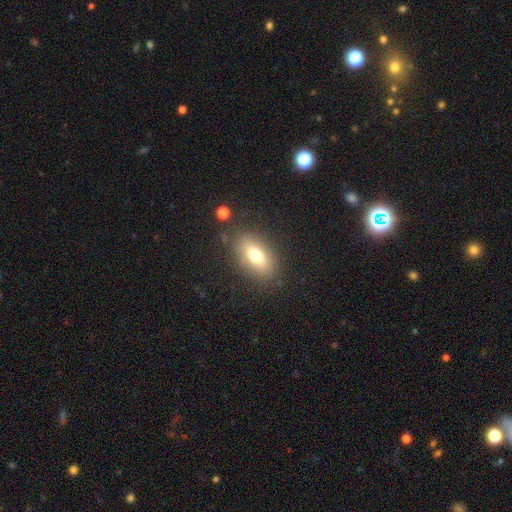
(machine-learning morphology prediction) A smooth galaxy with no disk features (71%) that is in between round and cigar-shaped (84%).

Vote fractions:
- Smooth or featured? smooth: 71% / featured or disk: 19% / star or artifact: 10%
- How rounded? in between: 84% / round: 10% / cigar-shaped: 6%
- Merging? none: 82% / minor disturbance: 11% / major disturbance: 5% / merger: 2%